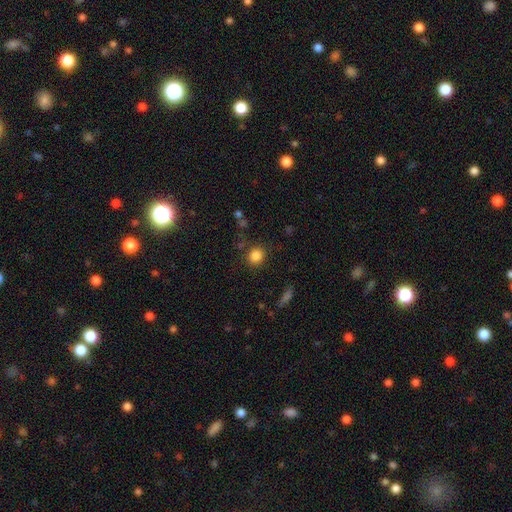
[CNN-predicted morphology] This is clearly a smooth galaxy (84%). How rounded: clearly round (83%). Merging: clearly none (84%).